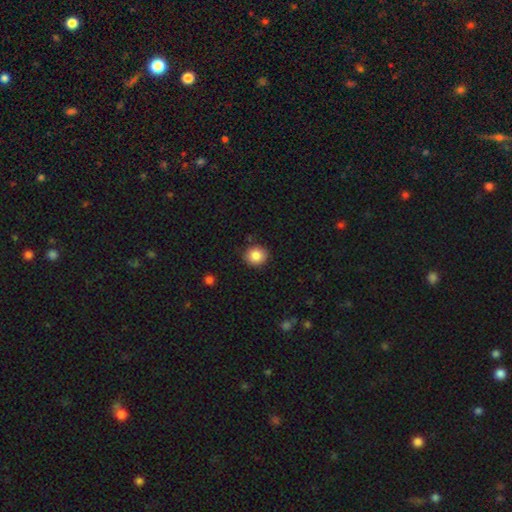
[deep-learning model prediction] A smooth galaxy with no disk features (86%) that is round (81%). Merging: none (87%).